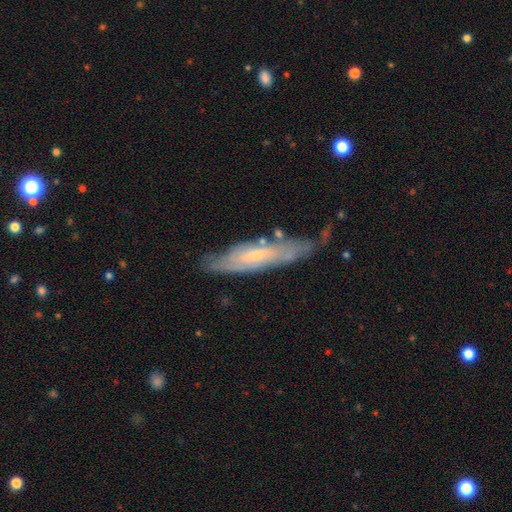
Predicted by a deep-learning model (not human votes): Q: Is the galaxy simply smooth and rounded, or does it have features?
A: featured or disk — 64%.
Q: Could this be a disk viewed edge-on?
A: no — 52%.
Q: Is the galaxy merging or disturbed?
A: none — 66%.